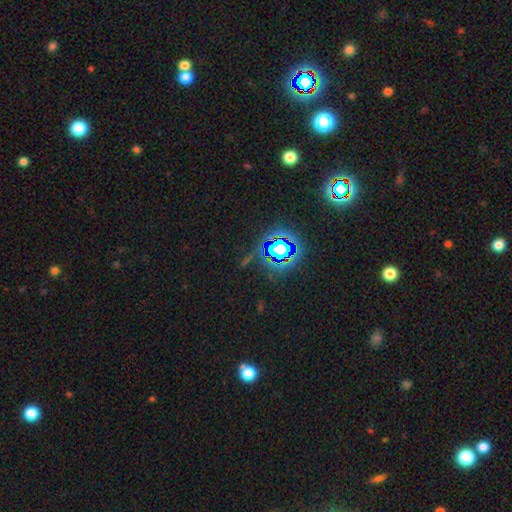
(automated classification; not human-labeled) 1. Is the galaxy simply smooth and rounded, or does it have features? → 80% star or artifact, 12% smooth, 8% featured or disk.